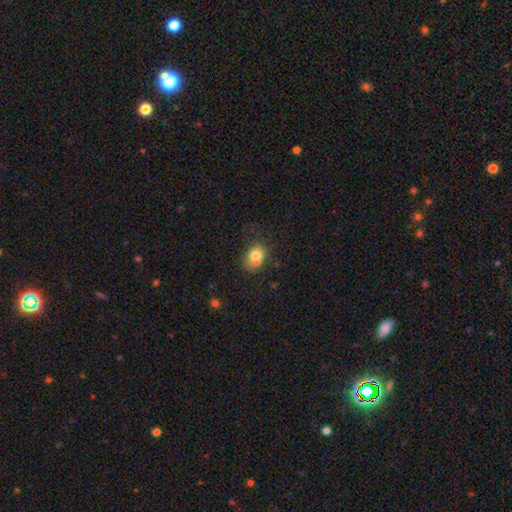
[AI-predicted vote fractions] Smooth or featured: smooth — 75% (featured or disk — 15%)
How rounded: in between — 56% (round — 43%)
Merging: none — 44% (merger — 27%)